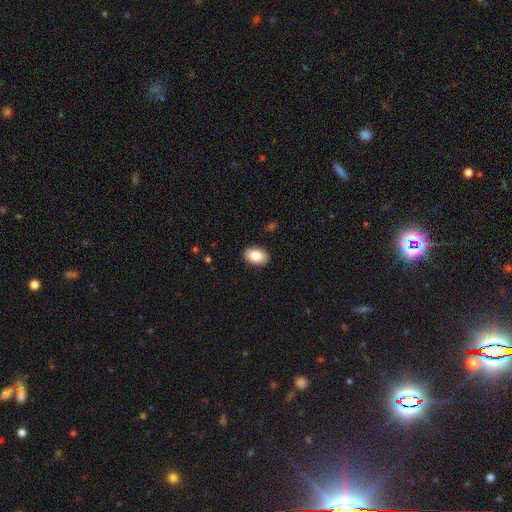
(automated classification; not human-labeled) A smooth galaxy with no disk features (84%) that is in between round and cigar-shaped (87%).

Vote fractions:
- Smooth or featured? smooth: 84% / featured or disk: 8% / star or artifact: 7%
- How rounded? in between: 87% / round: 12% / cigar-shaped: 1%
- Merging? none: 90% / minor disturbance: 7% / major disturbance: 2% / merger: 1%